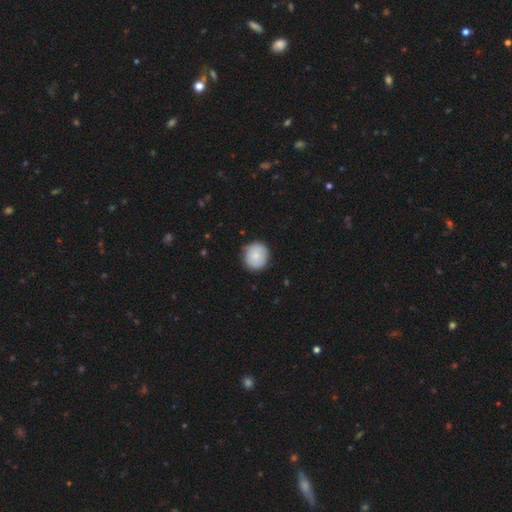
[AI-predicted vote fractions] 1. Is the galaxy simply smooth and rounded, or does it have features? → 81% smooth, 13% featured or disk, 7% star or artifact.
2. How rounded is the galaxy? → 89% round, 10% in between, 1% cigar-shaped.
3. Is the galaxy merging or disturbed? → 83% none, 14% minor disturbance, 2% major disturbance, 1% merger.